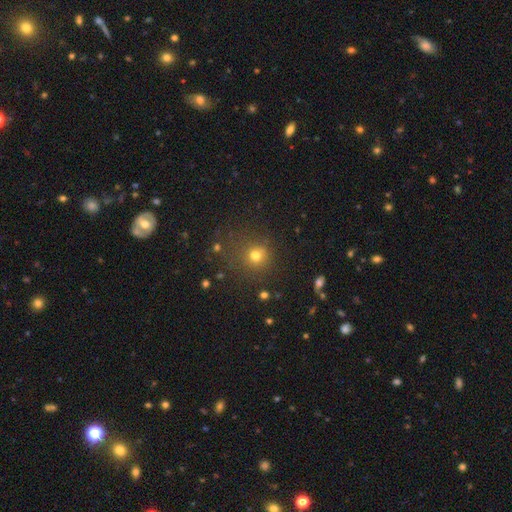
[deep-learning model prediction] Overall: smooth (72%). How rounded: round (88%). Merging: none (75%).